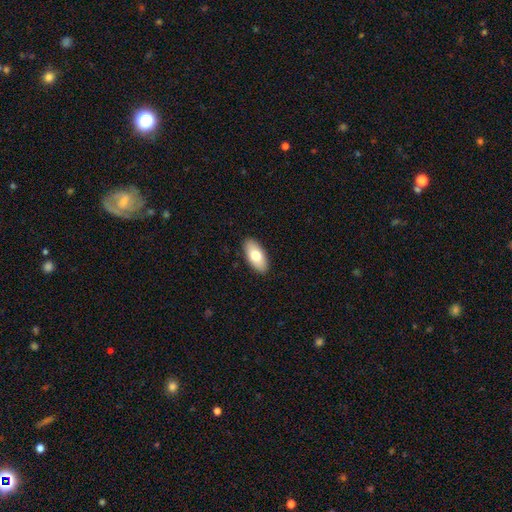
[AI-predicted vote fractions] A smooth galaxy with no disk features (75%) that is in between round and cigar-shaped (92%). Merging: none (90%).